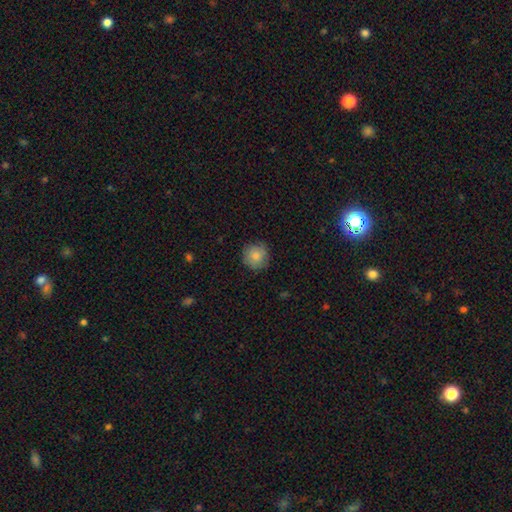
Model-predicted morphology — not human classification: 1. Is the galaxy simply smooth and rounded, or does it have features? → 83% smooth, 9% featured or disk, 8% star or artifact.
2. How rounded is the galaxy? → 94% round, 5% in between, 1% cigar-shaped.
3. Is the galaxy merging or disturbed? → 83% none, 13% minor disturbance, 3% major disturbance, 1% merger.